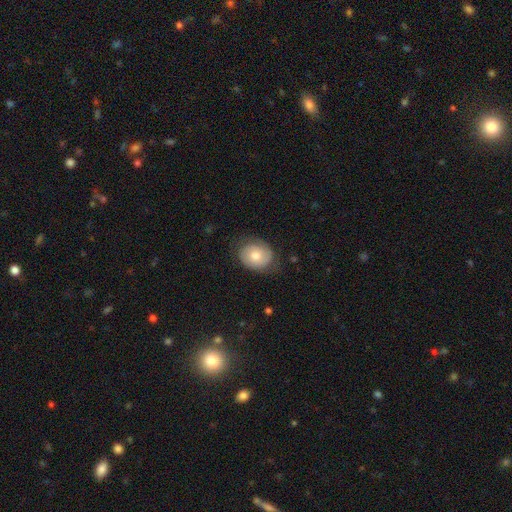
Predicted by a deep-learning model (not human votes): smooth_or_featured: smooth (p=0.62) [alt: featured or disk p=0.31]
how_rounded: round (p=0.61) [alt: in between p=0.38]
merging: none (p=0.71) [alt: minor disturbance p=0.21]